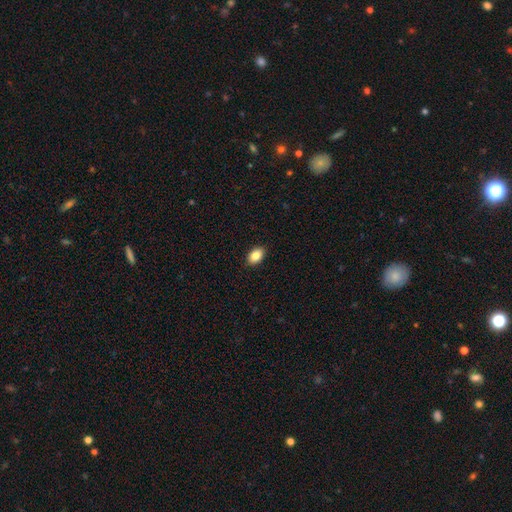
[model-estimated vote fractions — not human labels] Smooth or featured? Predicted: smooth (p=0.87). How rounded? Predicted: in between (p=0.87). Merging? Predicted: none (p=0.90).